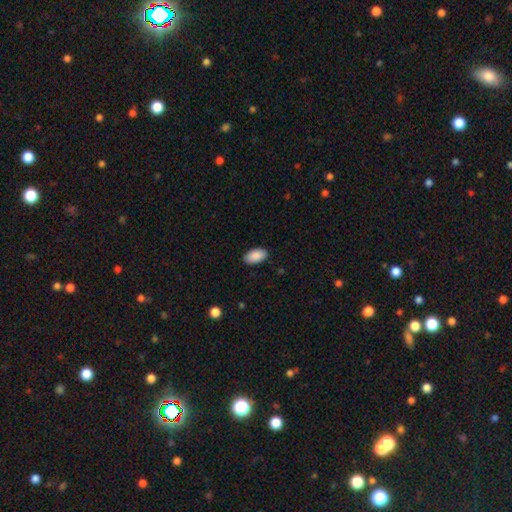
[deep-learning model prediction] Smooth or featured?
  - smooth: 90% *
  - star or artifact: 6%
  - featured or disk: 3%
How rounded?
  - in between: 95% *
  - round: 3%
  - cigar-shaped: 2%
Merging?
  - none: 88% *
  - minor disturbance: 9%
  - major disturbance: 2%
  - merger: 1%